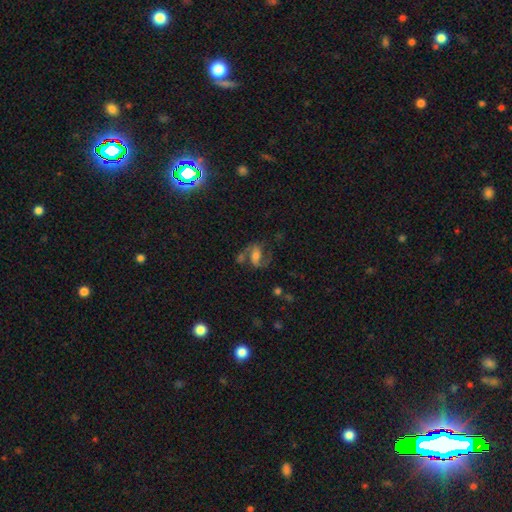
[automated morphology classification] The model was most divided on "bar": weak: 39%, strong: 31%, no: 30%. Remaining: edge-on disk — no (96%); spiral arms — yes (89%); spiral arm count — 2 (84%); smooth or featured — featured or disk (67%); spiral winding — medium (49%); bulge size — moderate (49%); merging — none (46%).